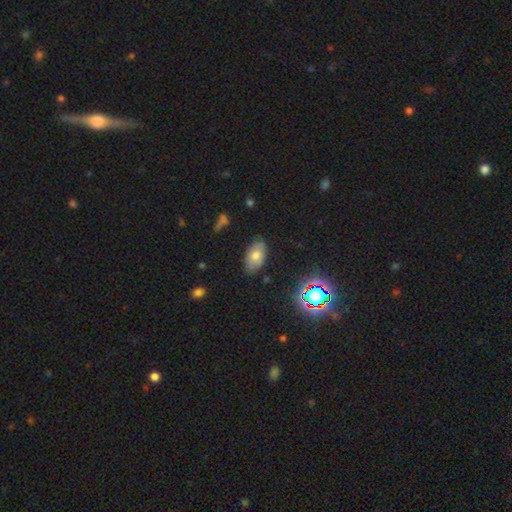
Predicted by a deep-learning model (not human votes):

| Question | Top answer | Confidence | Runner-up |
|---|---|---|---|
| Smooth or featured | smooth | 72% | featured or disk (17%) |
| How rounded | in between | 93% | round (5%) |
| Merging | none | 81% | minor disturbance (14%) |